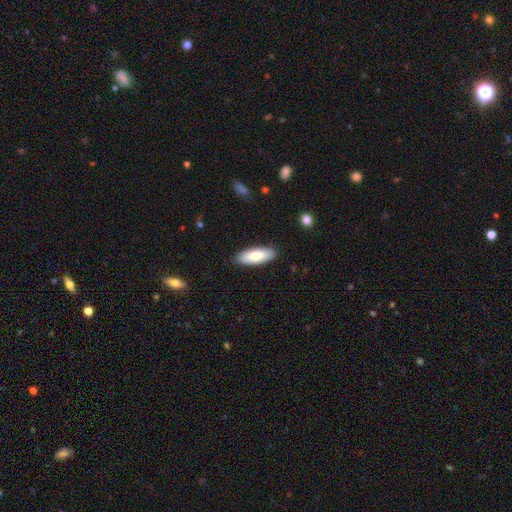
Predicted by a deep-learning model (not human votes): Smooth or featured: smooth — 80% (featured or disk — 15%)
How rounded: in between — 74% (cigar-shaped — 24%)
Merging: none — 89% (minor disturbance — 8%)